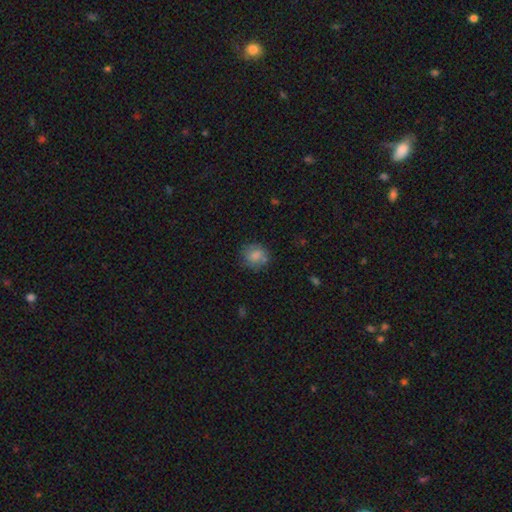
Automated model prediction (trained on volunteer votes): smooth_or_featured: smooth (p=0.75) [alt: featured or disk p=0.15]
how_rounded: round (p=0.73) [alt: in between p=0.26]
merging: none (p=0.65) [alt: minor disturbance p=0.20]